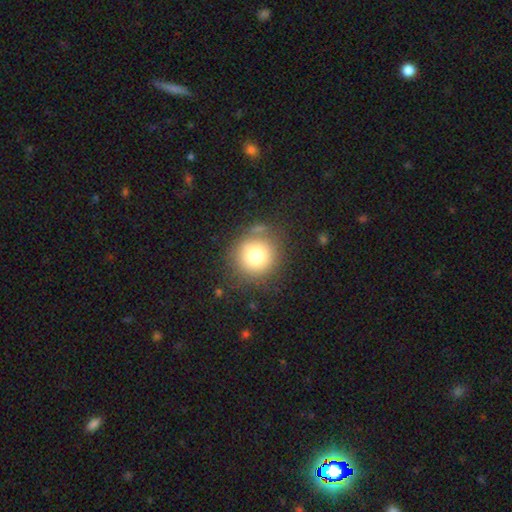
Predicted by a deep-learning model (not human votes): A smooth galaxy with no disk features (79%) that is round (92%). Merging: none (78%).